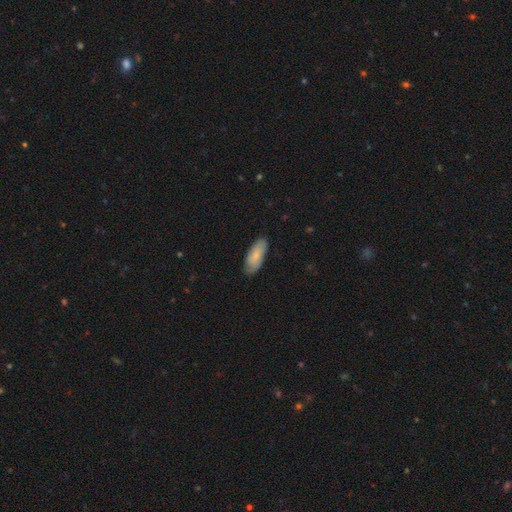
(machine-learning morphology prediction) Smooth or featured? Predicted: smooth (p=0.73). How rounded? Predicted: in between (p=0.81). Merging? Predicted: none (p=0.80).